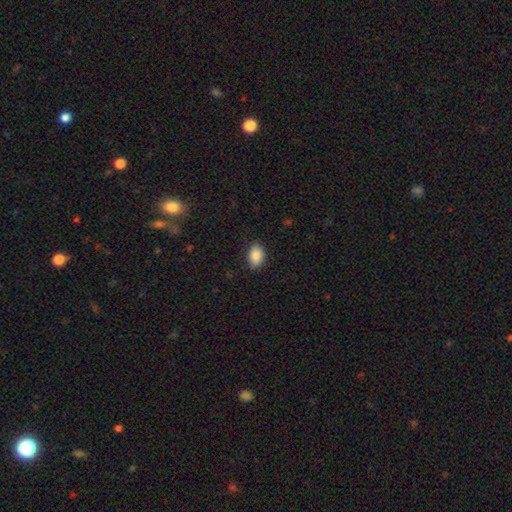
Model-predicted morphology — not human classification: Overall: smooth (89%). How rounded: in between (87%). Merging: none (86%).